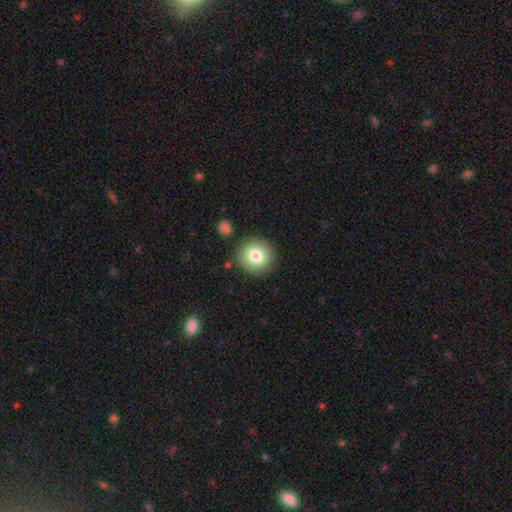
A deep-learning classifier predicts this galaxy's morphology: This appears to be a smooth galaxy with no disk features (78%) that is round (91%). Merging: none (86%).